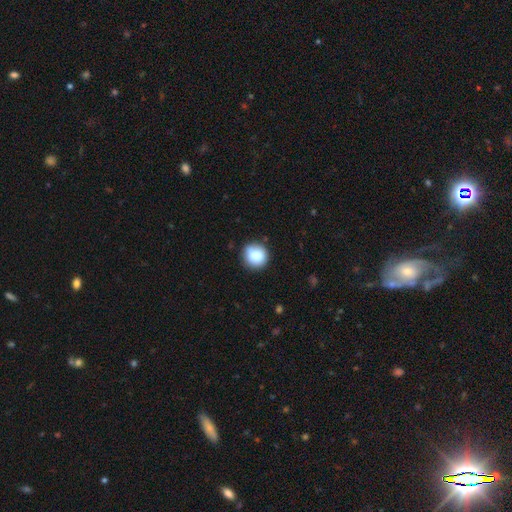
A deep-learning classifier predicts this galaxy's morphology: The model was most divided on "smooth or featured": smooth: 80%, featured or disk: 11%, star or artifact: 10%. More confident: how rounded — round (92%); merging — none (86%).